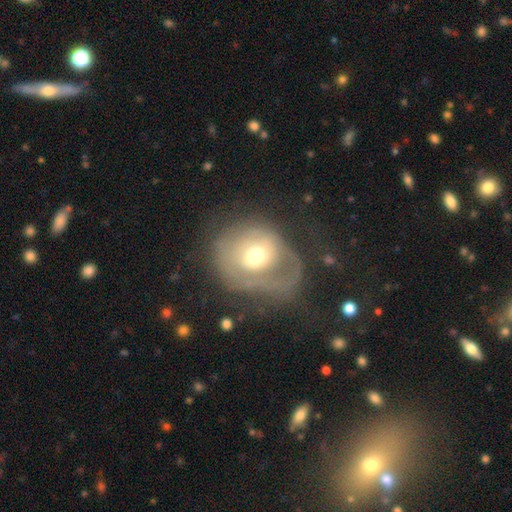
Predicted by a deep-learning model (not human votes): Smooth or featured? featured or disk (48%)
Merging? major disturbance (46%)